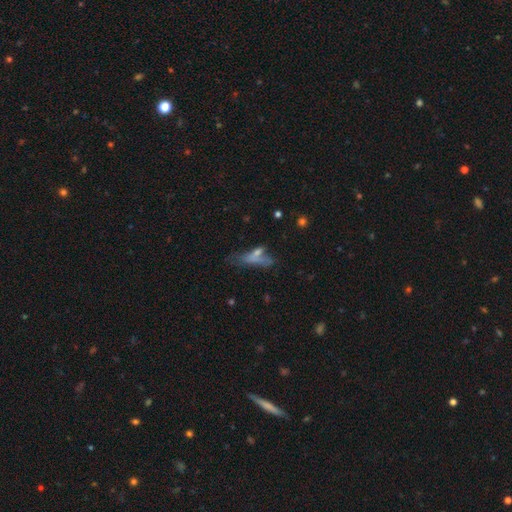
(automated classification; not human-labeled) smooth-or-featured: smooth: 58% | featured or disk: 28% | star or artifact: 14%
  how-rounded: cigar-shaped: 49% | in between: 45% | round: 6%
  merging: none: 33% | merger: 24% | major disturbance: 23% | minor disturbance: 21%